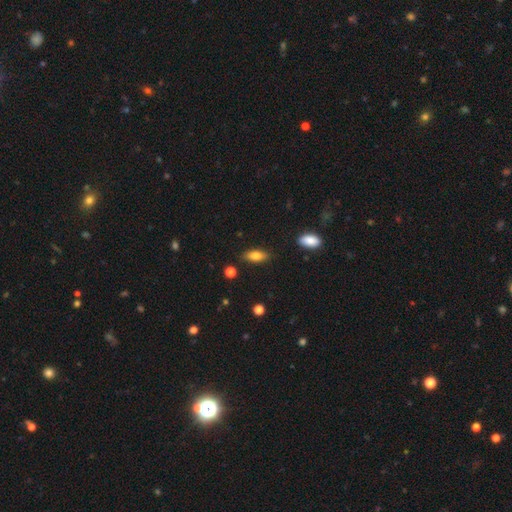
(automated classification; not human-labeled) The model was most divided on "how rounded": in between: 78%, cigar-shaped: 19%, round: 3%. More confident: merging — none (83%); smooth or featured — smooth (77%).